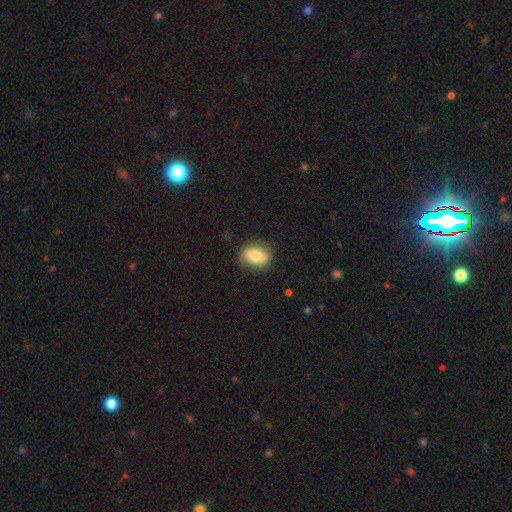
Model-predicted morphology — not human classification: smooth 76%, featured or disk 17%, star or artifact 7%. Down the decision tree: how rounded — in between (78%); merging — none (80%).